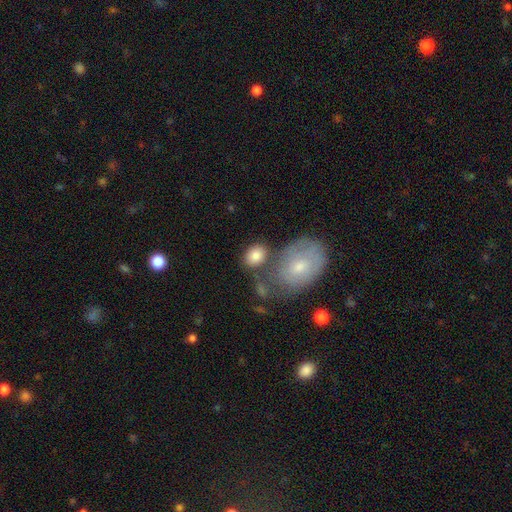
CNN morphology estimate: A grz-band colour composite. It shows a smooth galaxy with no disk features (80%) that is in between round and cigar-shaped (66%). Merging: none (63%).